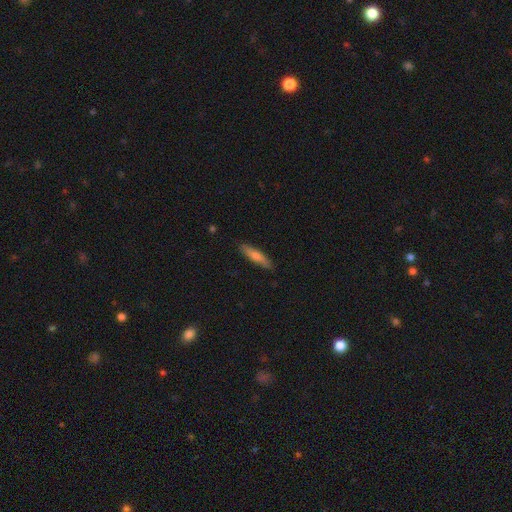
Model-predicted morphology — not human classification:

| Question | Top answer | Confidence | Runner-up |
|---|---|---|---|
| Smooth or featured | smooth | 63% | featured or disk (31%) |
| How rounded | cigar-shaped | 85% | in between (13%) |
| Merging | none | 88% | minor disturbance (10%) |